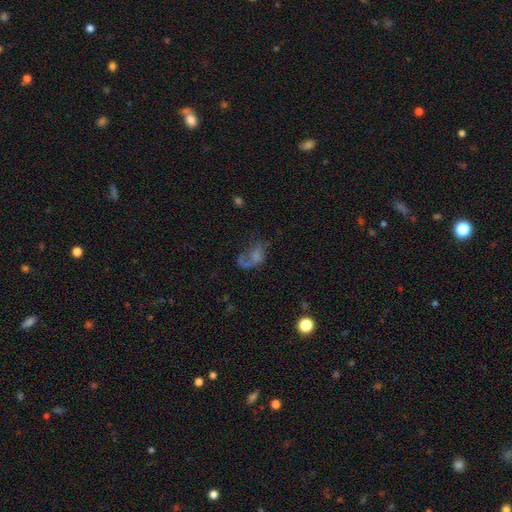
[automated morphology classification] Smooth or featured: featured or disk — 45% (smooth — 33%)
Merging: major disturbance — 40% (none — 31%)